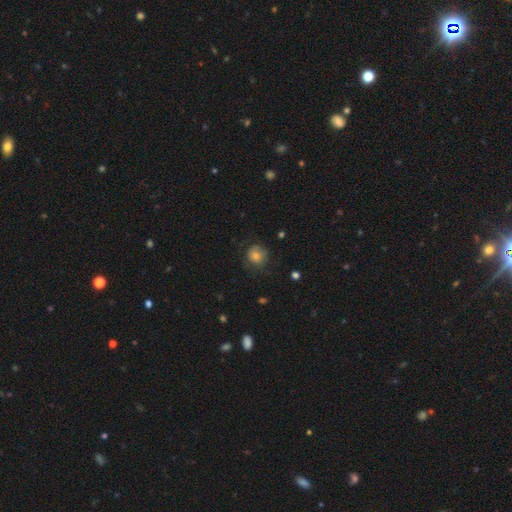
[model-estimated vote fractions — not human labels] Morphology: type=smooth (66%); roundness=round (88%); merging=none (70%).